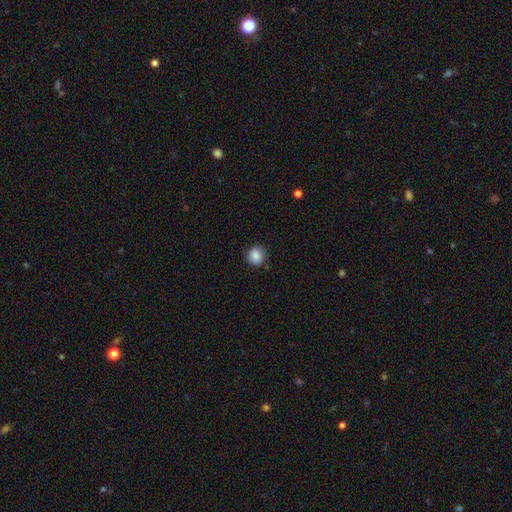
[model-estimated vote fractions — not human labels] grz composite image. It shows a smooth galaxy with no disk features (86%) that is round (84%). Merging: none (85%).